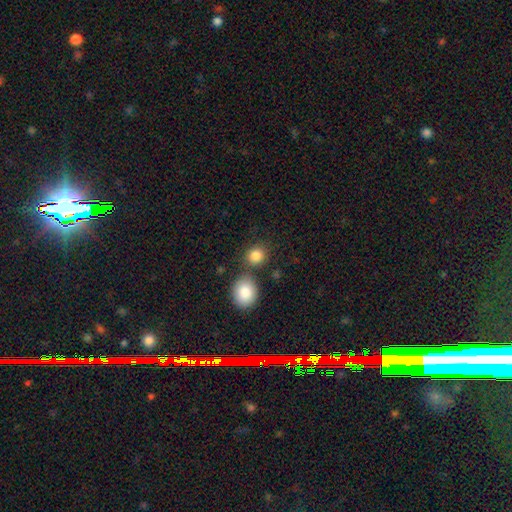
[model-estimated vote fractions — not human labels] smooth 85%, star or artifact 9%, featured or disk 5%. Down the decision tree: how rounded — round (77%); merging — none (69%).